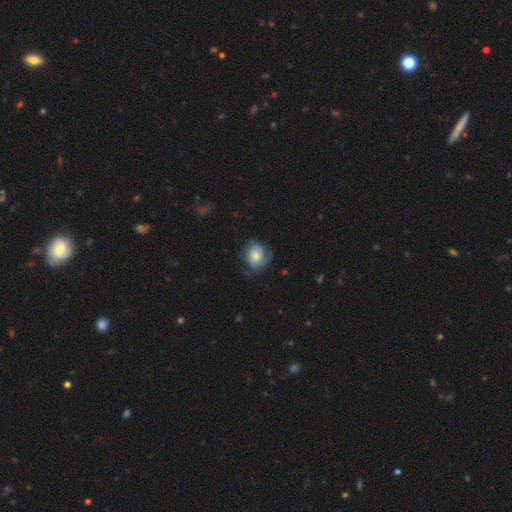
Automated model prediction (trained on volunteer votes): Q: Smooth or featured?
A: smooth (59%); runner-up: featured or disk (34%)
Q: How rounded?
A: round (51%); runner-up: in between (48%)
Q: Merging?
A: none (56%); runner-up: minor disturbance (28%)